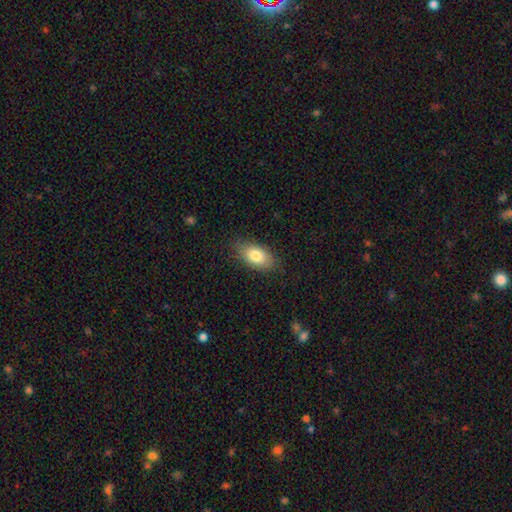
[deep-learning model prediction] Smooth or featured: smooth — 80% (featured or disk — 13%)
How rounded: in between — 91% (round — 6%)
Merging: none — 82% (minor disturbance — 14%)